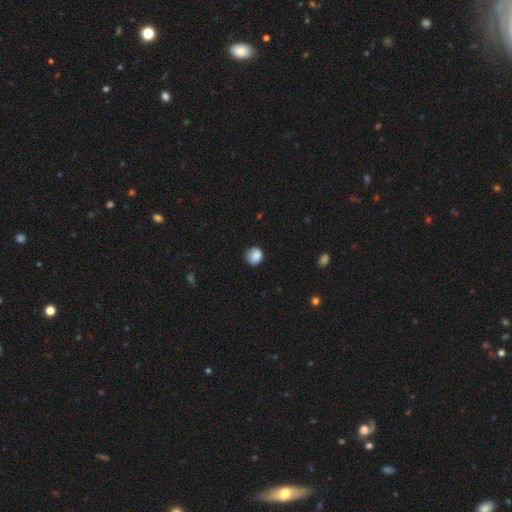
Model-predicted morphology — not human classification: This is clearly a smooth galaxy (86%). How rounded: clearly round (82%). Merging: likely none (78%).